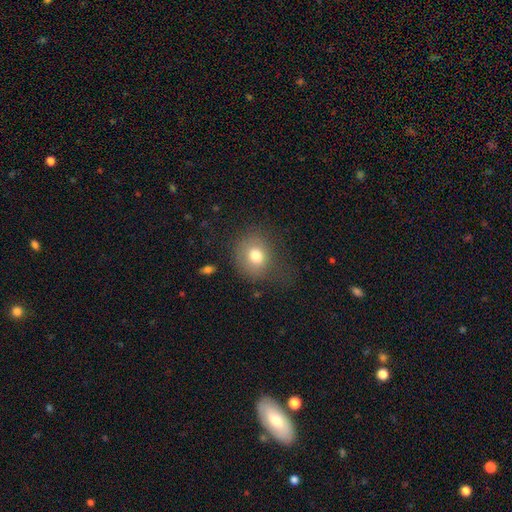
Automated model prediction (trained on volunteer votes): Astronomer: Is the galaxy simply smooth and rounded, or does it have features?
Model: smooth — 76%.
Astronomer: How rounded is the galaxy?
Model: round — 74%.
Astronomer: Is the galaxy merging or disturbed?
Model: none — 64%.